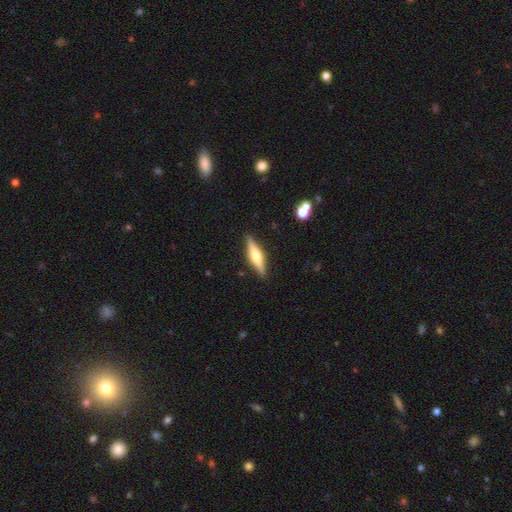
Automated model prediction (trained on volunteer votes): The model was most divided on "smooth or featured": featured or disk: 58%, smooth: 36%, star or artifact: 6%. More confident: edge-on disk — yes (95%); edge-on bulge — rounded (91%); merging — none (89%).